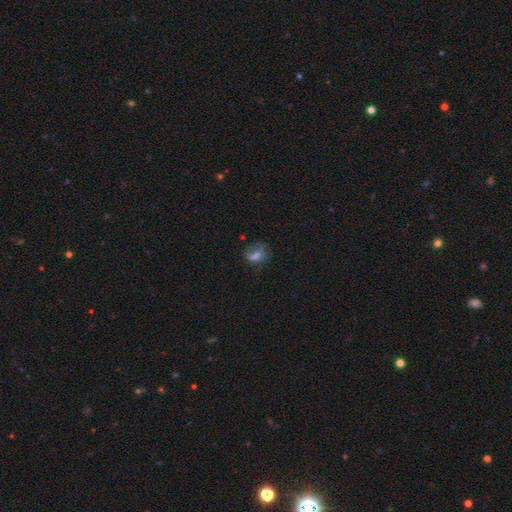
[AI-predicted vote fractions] A smooth galaxy with no disk features (55%) that is in between round and cigar-shaped (65%). Merging: none (42%).